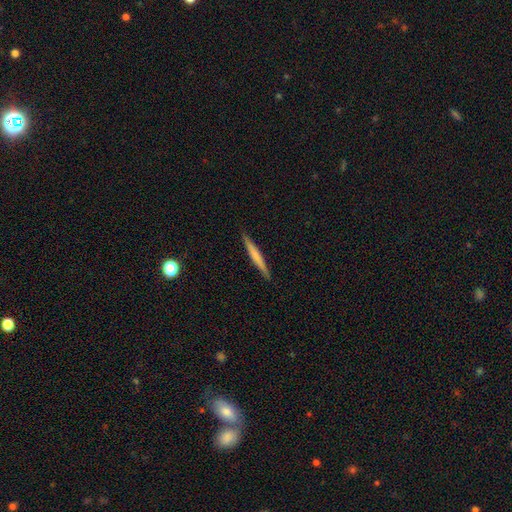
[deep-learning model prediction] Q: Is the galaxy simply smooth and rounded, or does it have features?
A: smooth — 52%.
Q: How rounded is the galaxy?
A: cigar-shaped — 96%.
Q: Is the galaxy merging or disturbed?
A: none — 91%.